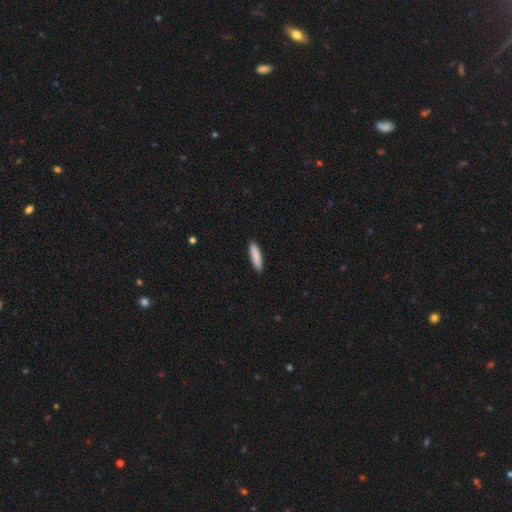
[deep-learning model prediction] smooth_or_featured: smooth (p=0.88) [alt: featured or disk p=0.06]
how_rounded: cigar-shaped (p=0.80) [alt: in between p=0.19]
merging: none (p=0.90) [alt: minor disturbance p=0.07]